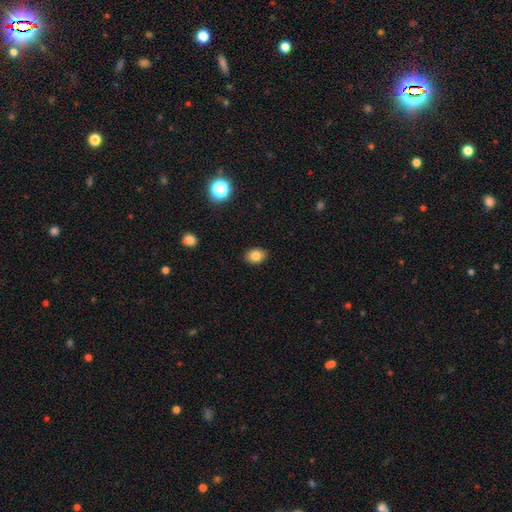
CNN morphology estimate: type=smooth (83%); roundness=in between (71%); merging=none (88%).